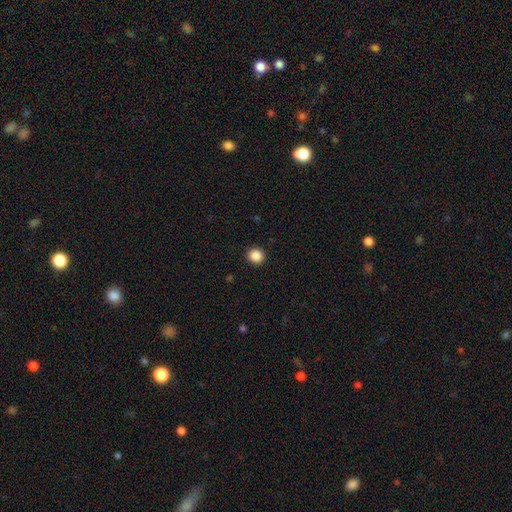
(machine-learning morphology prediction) smooth_or_featured: smooth (p=0.87) [alt: star or artifact p=0.10]
how_rounded: round (p=0.90) [alt: in between p=0.09]
merging: none (p=0.92) [alt: minor disturbance p=0.05]